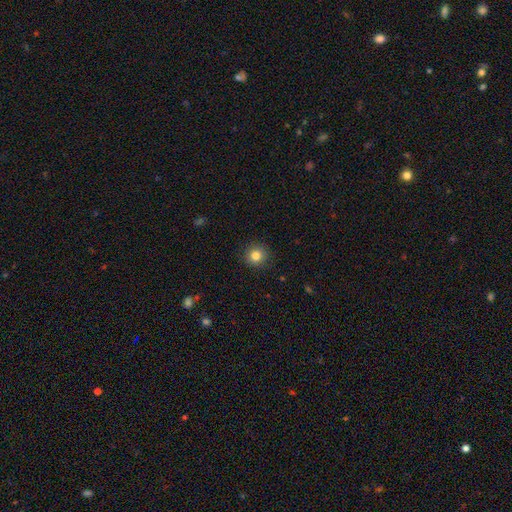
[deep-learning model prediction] This appears to be a smooth galaxy with no disk features (83%) that is round (94%). Merging: none (91%).